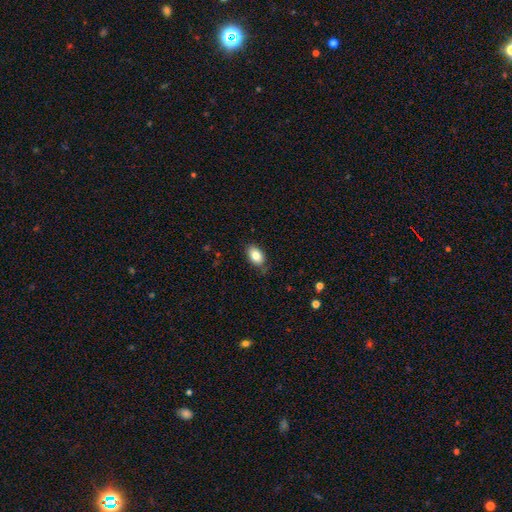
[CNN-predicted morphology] smooth 84%, featured or disk 9%, star or artifact 8%. Down the decision tree: how rounded — in between (90%); merging — none (80%).